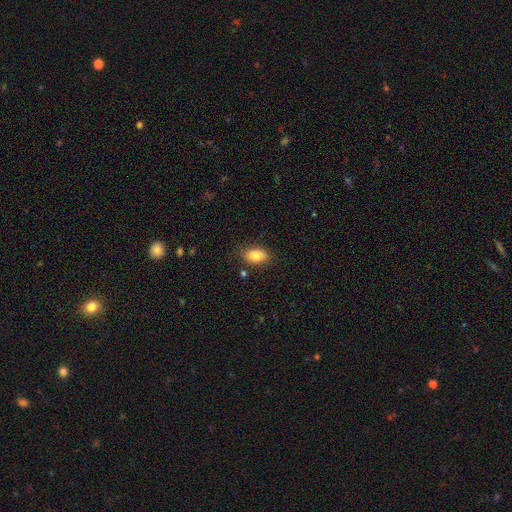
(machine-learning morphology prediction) Q: Smooth or featured?
A: smooth (81%); runner-up: featured or disk (11%)
Q: How rounded?
A: in between (88%); runner-up: round (10%)
Q: Merging?
A: none (81%); runner-up: minor disturbance (14%)